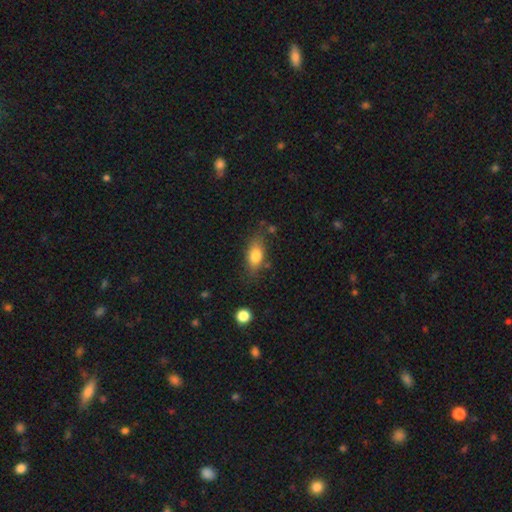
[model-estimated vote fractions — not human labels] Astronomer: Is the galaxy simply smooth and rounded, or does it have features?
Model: smooth — 78%.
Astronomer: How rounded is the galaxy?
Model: in between — 82%.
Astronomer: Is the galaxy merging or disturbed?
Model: none — 71%.